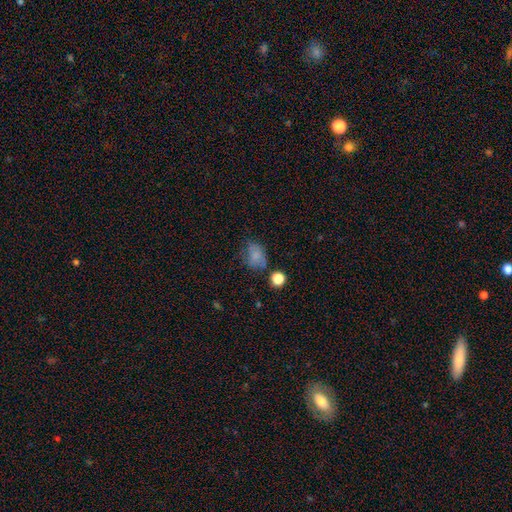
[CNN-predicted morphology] smooth 73%, star or artifact 14%, featured or disk 13%. Down the decision tree: how rounded — in between (67%); merging — none (50%).